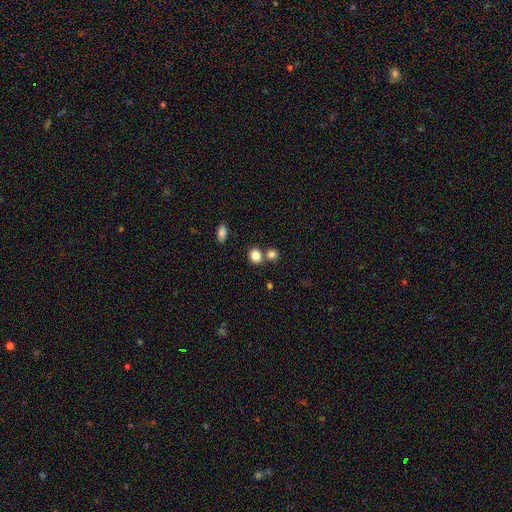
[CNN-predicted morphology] This is clearly a smooth galaxy (84%). How rounded: likely round (71%). Merging: likely none (67%).